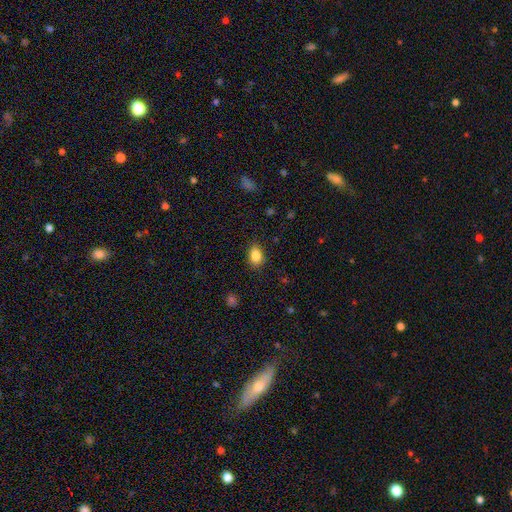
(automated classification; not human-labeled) The model was most divided on "how rounded": in between: 78%, round: 20%, cigar-shaped: 1%. More confident: smooth or featured — smooth (86%); merging — none (85%).